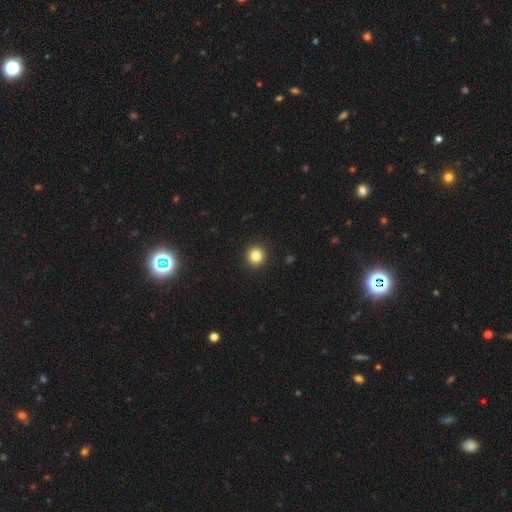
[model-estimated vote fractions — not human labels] smooth_or_featured: smooth (p=0.85) [alt: star or artifact p=0.11]
how_rounded: round (p=0.94) [alt: in between p=0.05]
merging: none (p=0.93) [alt: minor disturbance p=0.05]